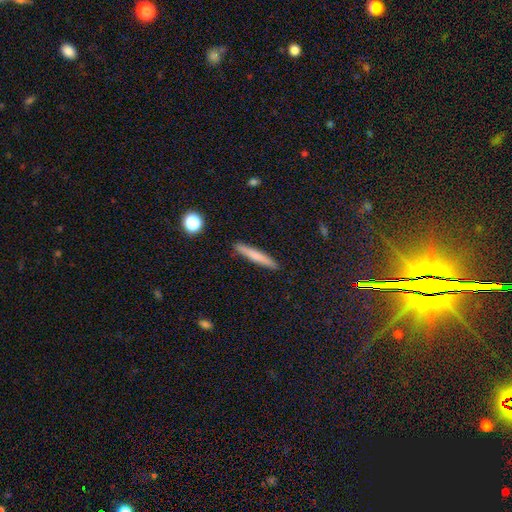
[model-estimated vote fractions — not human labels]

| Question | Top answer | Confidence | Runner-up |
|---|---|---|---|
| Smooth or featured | smooth | 68% | featured or disk (25%) |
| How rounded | cigar-shaped | 95% | in between (4%) |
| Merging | none | 90% | minor disturbance (7%) |